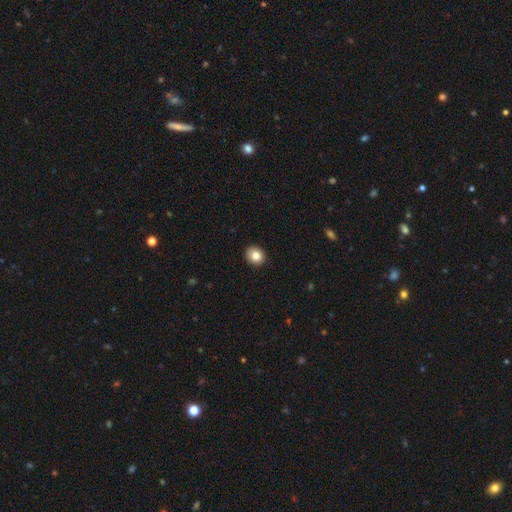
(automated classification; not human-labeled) smooth-or-featured: smooth: 83% | star or artifact: 9% | featured or disk: 7%
  how-rounded: round: 76% | in between: 23% | cigar-shaped: 1%
  merging: none: 92% | minor disturbance: 6% | major disturbance: 2% | merger: 1%